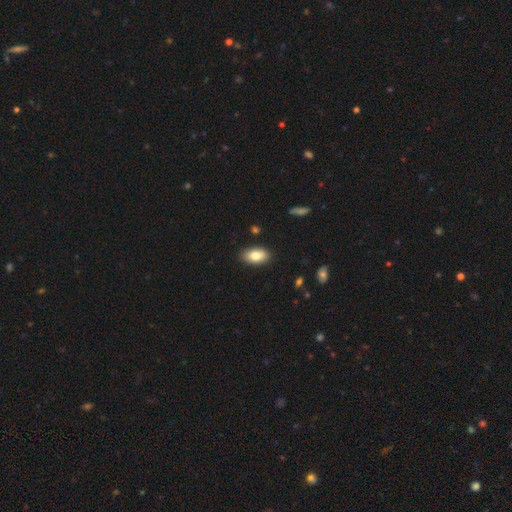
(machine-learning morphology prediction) Smooth or featured?
  - smooth: 81% *
  - featured or disk: 12%
  - star or artifact: 7%
How rounded?
  - in between: 93% *
  - round: 5%
  - cigar-shaped: 2%
Merging?
  - none: 88% *
  - minor disturbance: 9%
  - major disturbance: 2%
  - merger: 1%